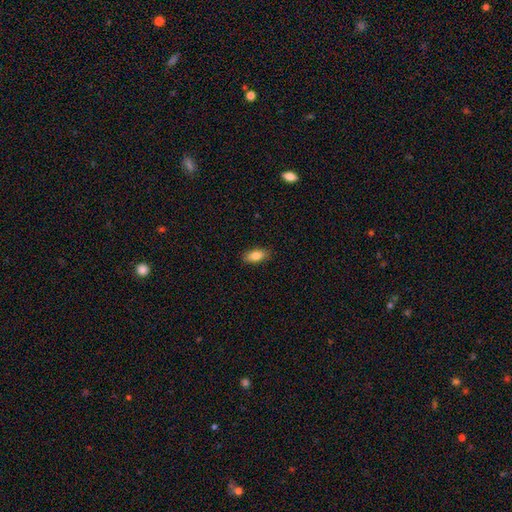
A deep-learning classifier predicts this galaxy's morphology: Smooth or featured? smooth (84%)
How rounded? in between (88%)
Merging? none (88%)